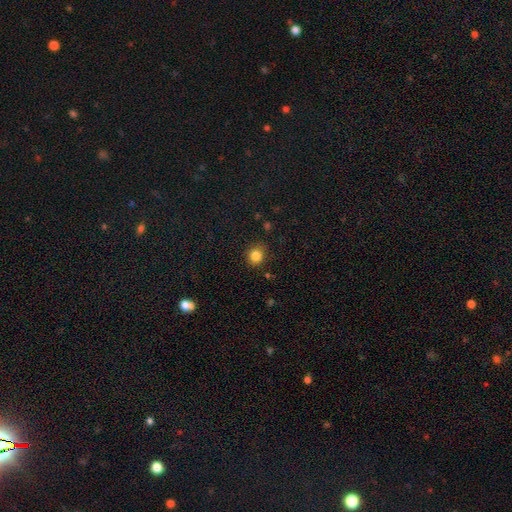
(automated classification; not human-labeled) Overall: smooth (84%). How rounded: round (82%). Merging: none (86%).